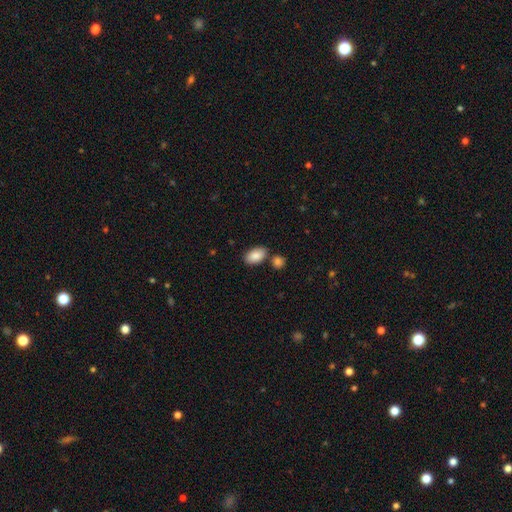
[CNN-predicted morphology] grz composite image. It shows a smooth galaxy with no disk features (88%) that is in between round and cigar-shaped (93%). Merging: none (75%).